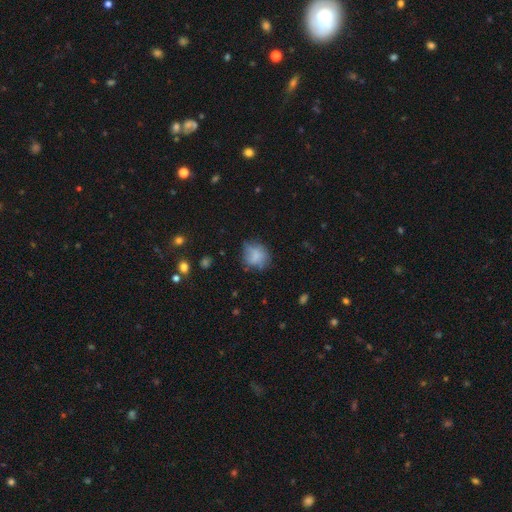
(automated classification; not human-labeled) Overall: smooth (72%). How rounded: round (66%; in between 33%). Merging: none (56%; minor disturbance 28%).